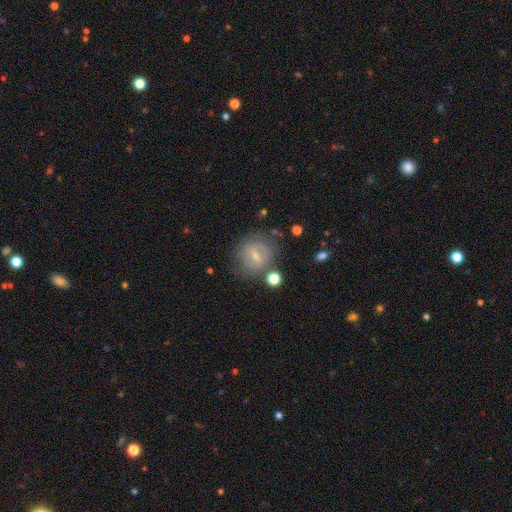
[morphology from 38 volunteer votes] This appears to be a smooth galaxy with no disk features (55%) that is round (71%). Merging: none (64%).